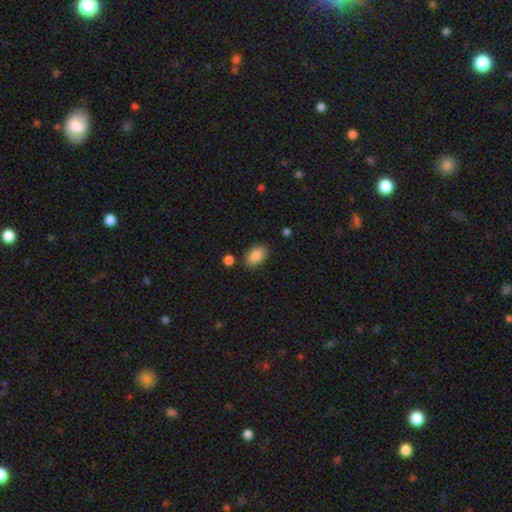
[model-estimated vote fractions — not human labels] A smooth galaxy with no disk features (88%) that is in between round and cigar-shaped (91%).

Vote fractions:
- Smooth or featured? smooth: 88% / star or artifact: 7% / featured or disk: 5%
- How rounded? in between: 91% / round: 7% / cigar-shaped: 2%
- Merging? none: 81% / minor disturbance: 12% / merger: 3% / major disturbance: 3%